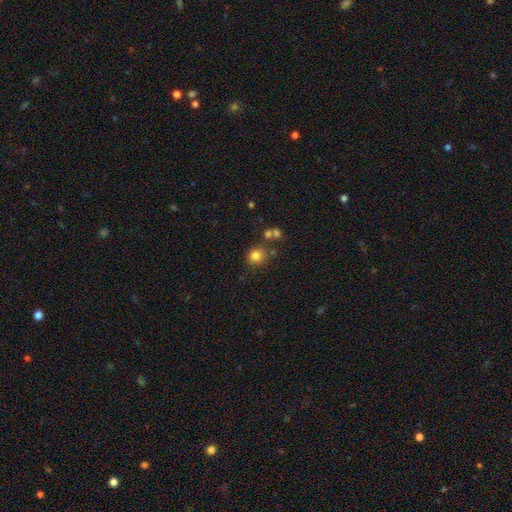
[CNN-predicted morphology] smooth 80%, star or artifact 13%, featured or disk 7%. Down the decision tree: how rounded — round (85%); merging — none (76%).